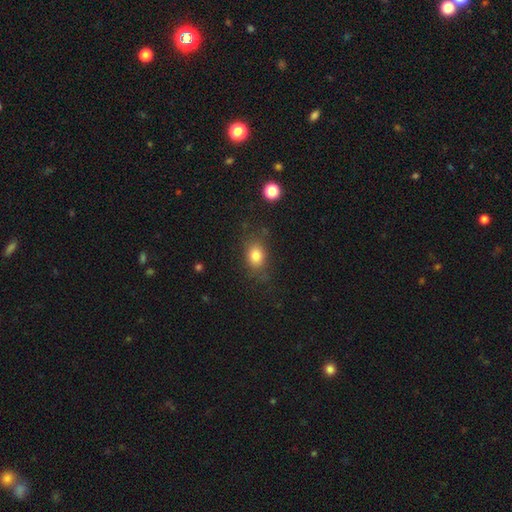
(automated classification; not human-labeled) smooth-or-featured: smooth: 80% | star or artifact: 11% | featured or disk: 9%
  how-rounded: in between: 66% | round: 32% | cigar-shaped: 2%
  merging: none: 73% | minor disturbance: 17% | major disturbance: 7% | merger: 2%